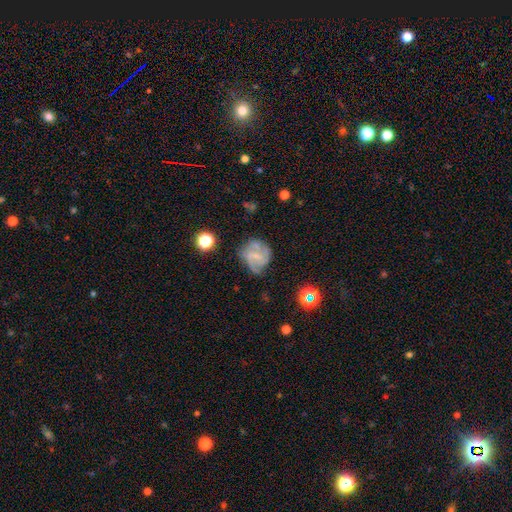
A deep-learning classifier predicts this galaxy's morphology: A featured or disk galaxy (66%) with no bar (46%), 2 (33%) medium (46%) spiral arms (82%) and a small central bulge (58%).

Vote fractions:
- Smooth or featured? featured or disk: 66% / smooth: 24% / star or artifact: 10%
- Edge-on disk? no: 98% / yes: 2%
- Bar? no: 46% / weak: 43% / strong: 11%
- Spiral arms? yes: 82% / no: 18%
- Spiral winding? medium: 46% / tight: 30% / loose: 24%
- Spiral arm count? 2: 33% / can't tell: 28% / 3: 24% / 4: 6% / 1: 5% / more than 4: 4%
- Bulge size? small: 58% / none: 26% / moderate: 14% / large: 1% / dominant: 1%
- Merging? none: 52% / minor disturbance: 27% / major disturbance: 18% / merger: 4%